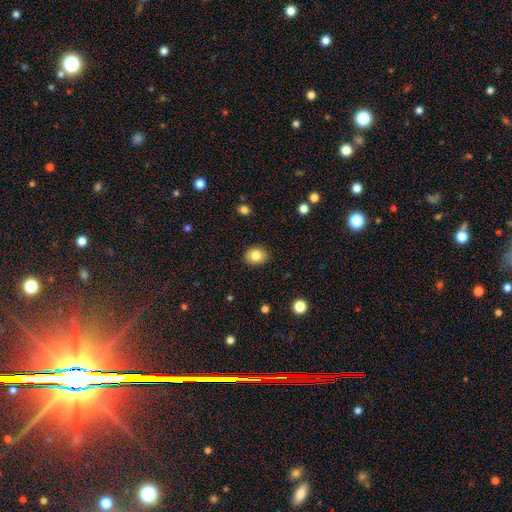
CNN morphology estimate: type=smooth (82%); roundness=round (56%); merging=none (89%).